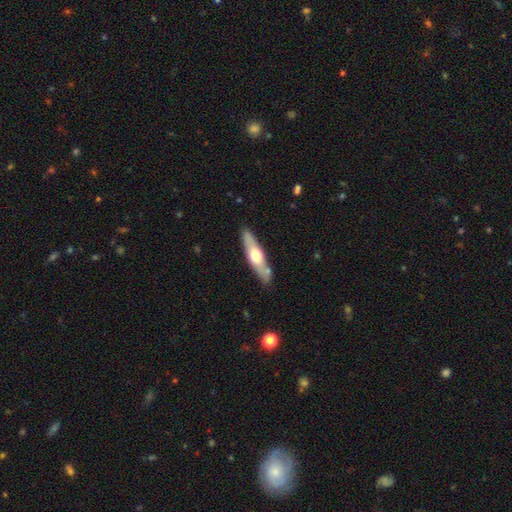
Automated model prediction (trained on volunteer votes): Smooth or featured: featured or disk — 49% (smooth — 46%)
Merging: none — 83% (minor disturbance — 12%)